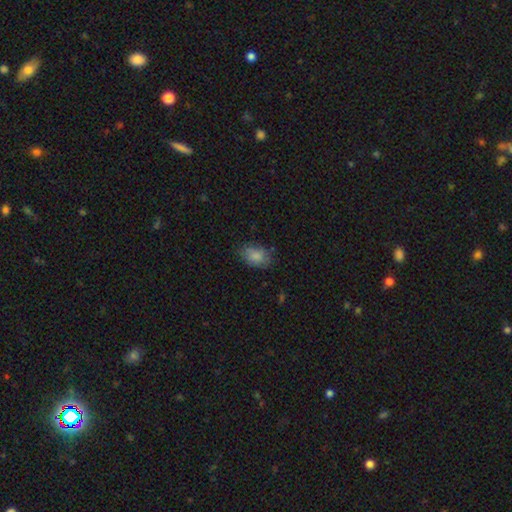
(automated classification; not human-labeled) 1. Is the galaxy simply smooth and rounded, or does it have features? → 84% smooth, 8% featured or disk, 8% star or artifact.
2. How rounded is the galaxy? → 84% in between, 15% round, 1% cigar-shaped.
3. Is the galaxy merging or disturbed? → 72% none, 21% minor disturbance, 5% major disturbance, 1% merger.